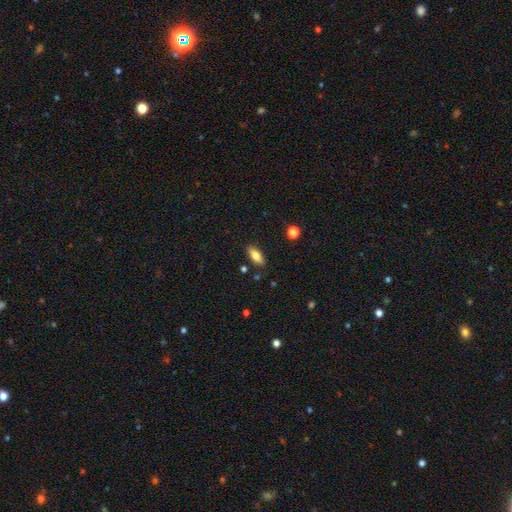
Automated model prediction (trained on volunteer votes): Morphology: type=smooth (78%); roundness=in between (80%); merging=none (85%).